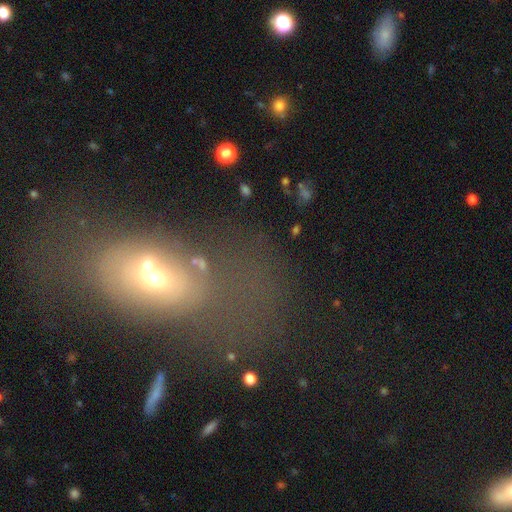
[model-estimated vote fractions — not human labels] A smooth galaxy with no disk features (43%). Merging: none (37%).